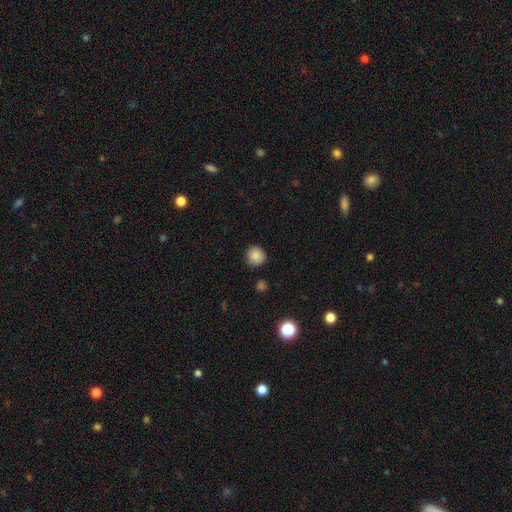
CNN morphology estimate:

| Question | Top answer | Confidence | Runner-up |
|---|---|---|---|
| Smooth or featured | smooth | 86% | star or artifact (10%) |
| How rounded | round | 91% | in between (8%) |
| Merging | none | 87% | minor disturbance (9%) |